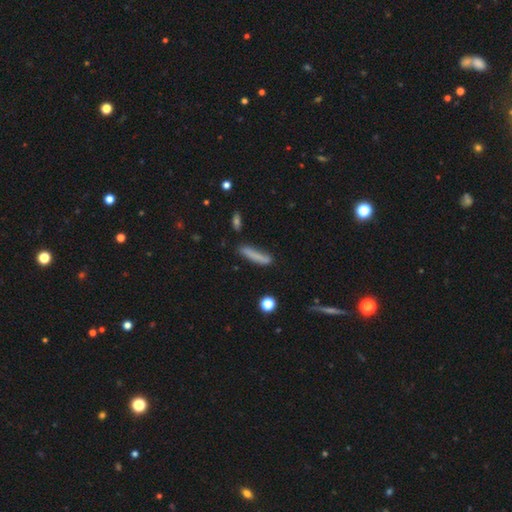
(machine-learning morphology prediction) Q: Smooth or featured?
A: smooth (77%); runner-up: featured or disk (15%)
Q: How rounded?
A: cigar-shaped (89%); runner-up: in between (9%)
Q: Merging?
A: none (74%); runner-up: minor disturbance (17%)